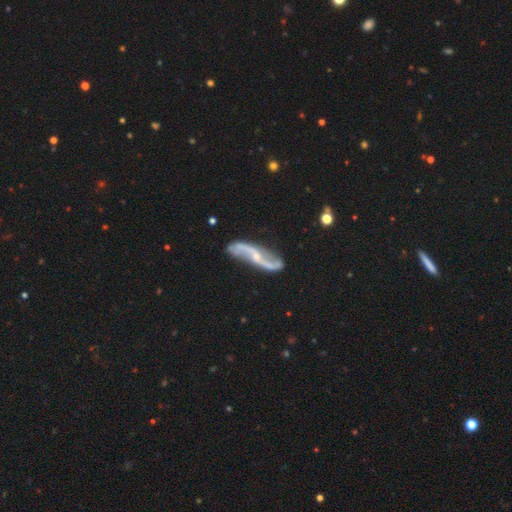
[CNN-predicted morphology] This is clearly a featured or disk galaxy (88%). It is clearly not viewed edge-on (89%). Bar: marginally no (41%). Spiral arm pattern: clearly yes (95%). Spiral arm count: clearly 2 (93%). Spiral winding: clearly loose (85%). Central bulge: likely small (67%). Merging: likely none (74%).